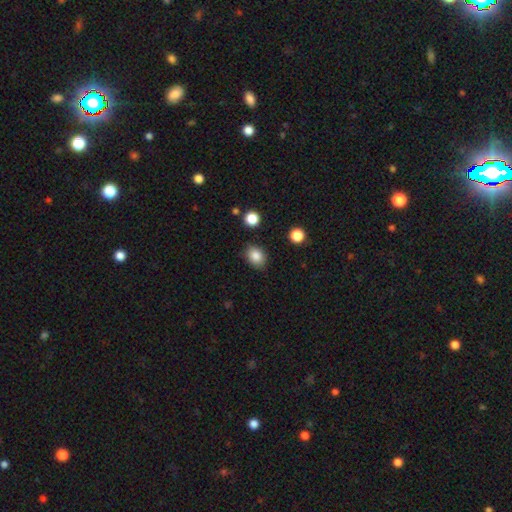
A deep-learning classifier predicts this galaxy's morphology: Smooth or featured? Predicted: smooth (p=0.85). How rounded? Predicted: in between (p=0.59). Merging? Predicted: none (p=0.84).